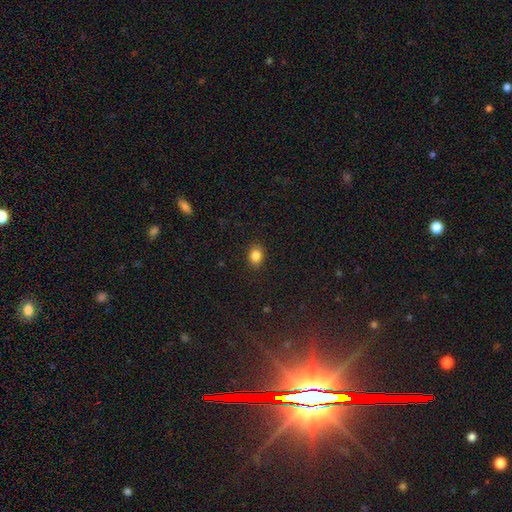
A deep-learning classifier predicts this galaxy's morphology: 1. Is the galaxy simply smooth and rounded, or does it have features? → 84% smooth, 10% star or artifact, 5% featured or disk.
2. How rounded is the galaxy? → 54% in between, 45% round, 1% cigar-shaped.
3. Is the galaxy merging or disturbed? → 89% none, 8% minor disturbance, 2% major disturbance, 1% merger.